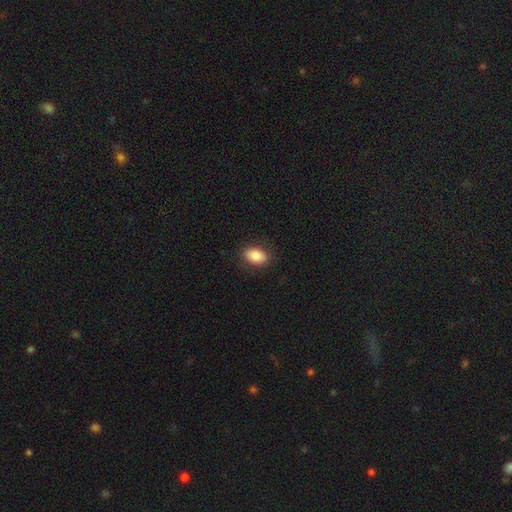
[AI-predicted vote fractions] This is clearly a smooth galaxy (85%). How rounded: clearly in between (88%). Merging: clearly none (87%).